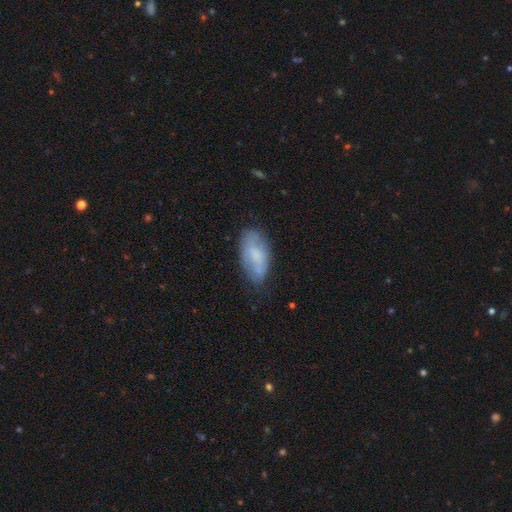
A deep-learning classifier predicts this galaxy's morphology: smooth-or-featured: smooth: 64% | featured or disk: 28% | star or artifact: 8%
  how-rounded: in between: 92% | cigar-shaped: 5% | round: 3%
  merging: none: 62% | minor disturbance: 27% | major disturbance: 8% | merger: 3%